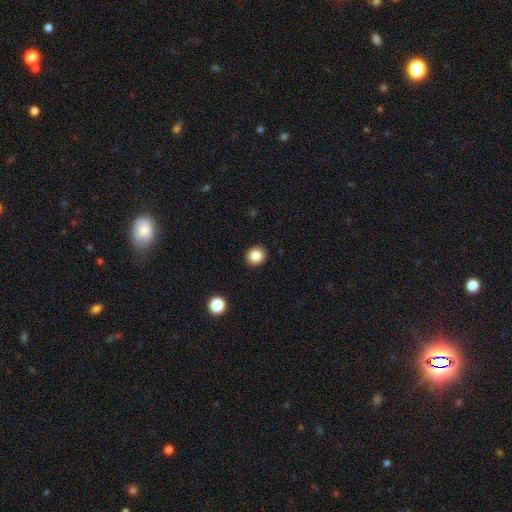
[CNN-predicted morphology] This is clearly a smooth galaxy (85%). How rounded: clearly round (88%). Merging: clearly none (92%).